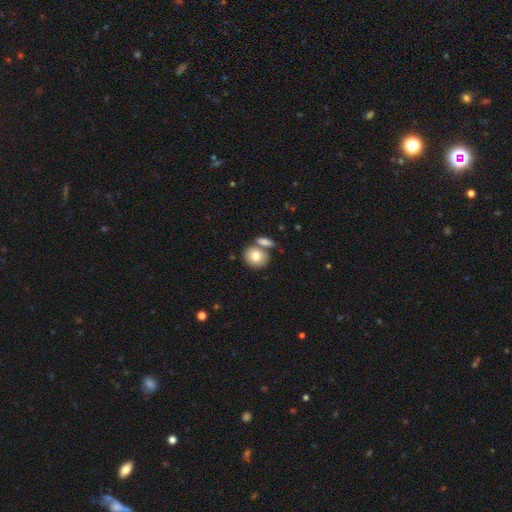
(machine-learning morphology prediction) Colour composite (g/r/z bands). It shows a smooth galaxy with no disk features (79%) that is round (74%). Merging: none (56%).